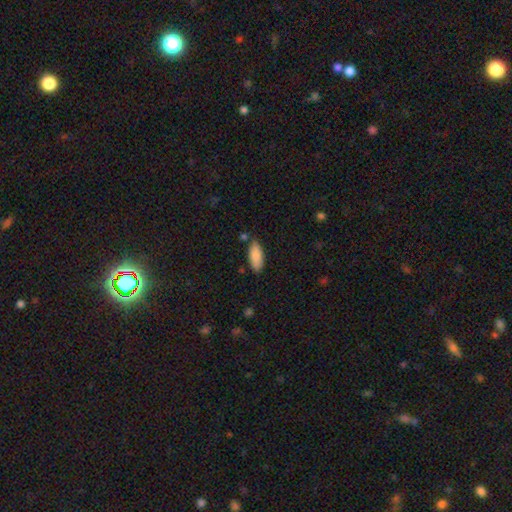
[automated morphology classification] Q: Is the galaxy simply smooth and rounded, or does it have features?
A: smooth — 85%.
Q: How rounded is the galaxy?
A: in between — 82%.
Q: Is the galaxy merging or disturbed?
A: none — 79%.